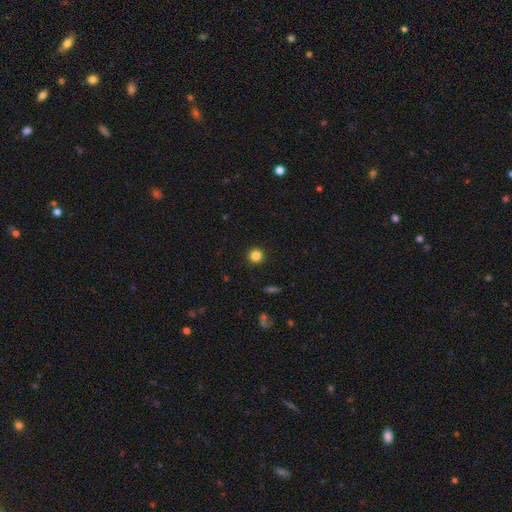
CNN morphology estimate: Smooth or featured? Predicted: smooth (p=0.83). How rounded? Predicted: round (p=0.94). Merging? Predicted: none (p=0.92).